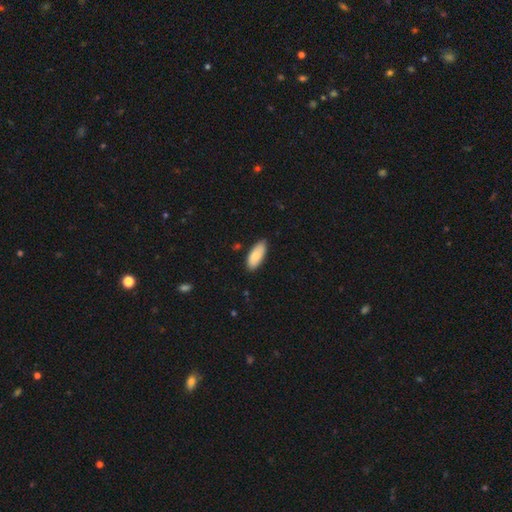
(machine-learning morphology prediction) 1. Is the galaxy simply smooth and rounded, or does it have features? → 84% smooth, 11% featured or disk, 6% star or artifact.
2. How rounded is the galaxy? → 85% in between, 13% cigar-shaped, 2% round.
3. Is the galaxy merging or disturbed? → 82% none, 14% minor disturbance, 2% major disturbance, 1% merger.